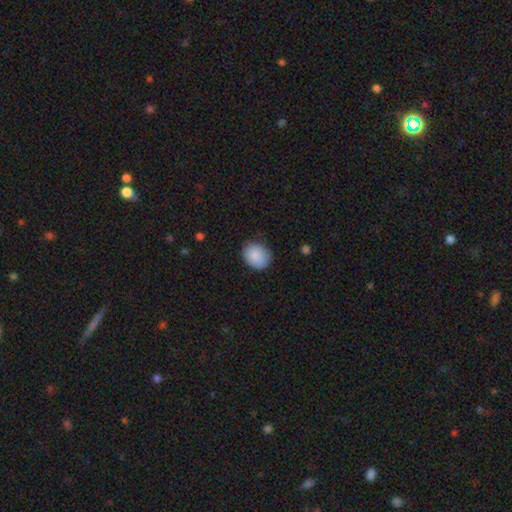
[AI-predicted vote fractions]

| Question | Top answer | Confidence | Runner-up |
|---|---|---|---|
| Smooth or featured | smooth | 88% | star or artifact (7%) |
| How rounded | round | 53% | in between (46%) |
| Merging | none | 78% | minor disturbance (17%) |